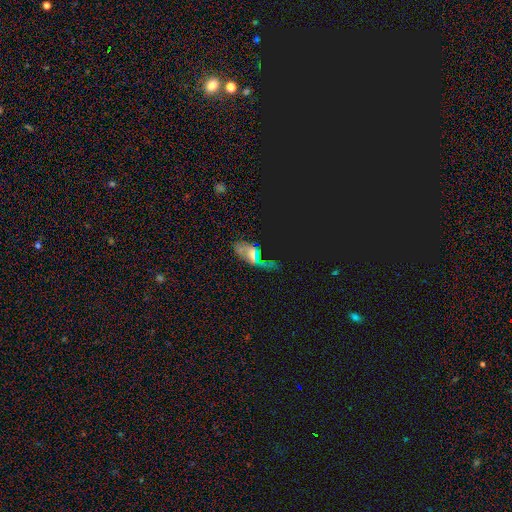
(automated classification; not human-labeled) Smooth or featured? Predicted: star or artifact (p=0.40).